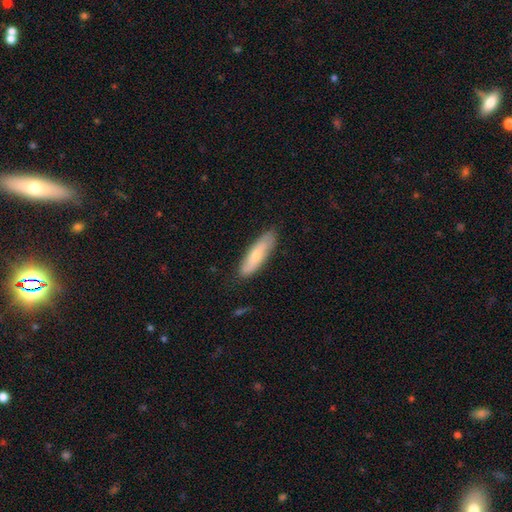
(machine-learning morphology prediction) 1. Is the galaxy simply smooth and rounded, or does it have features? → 63% smooth, 31% featured or disk, 6% star or artifact.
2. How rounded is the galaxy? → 57% cigar-shaped, 41% in between, 2% round.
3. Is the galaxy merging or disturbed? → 81% none, 15% minor disturbance, 3% major disturbance, 1% merger.